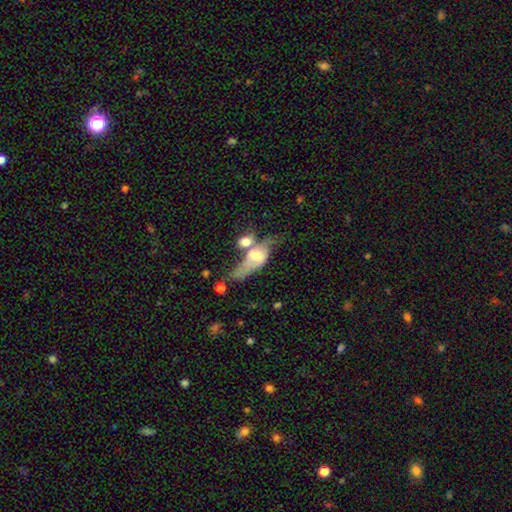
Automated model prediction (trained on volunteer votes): Morphology: type=featured or disk (51%); edge-on=no (76%); merging=merger (50%).